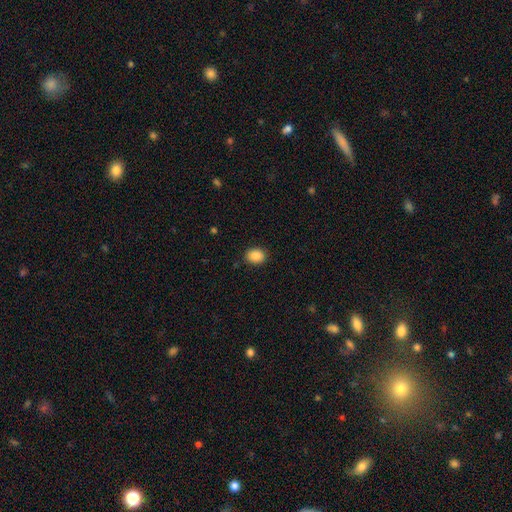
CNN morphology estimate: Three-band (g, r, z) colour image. It shows a smooth galaxy with no disk features (88%) that is in between round and cigar-shaped (53%). Merging: none (88%).